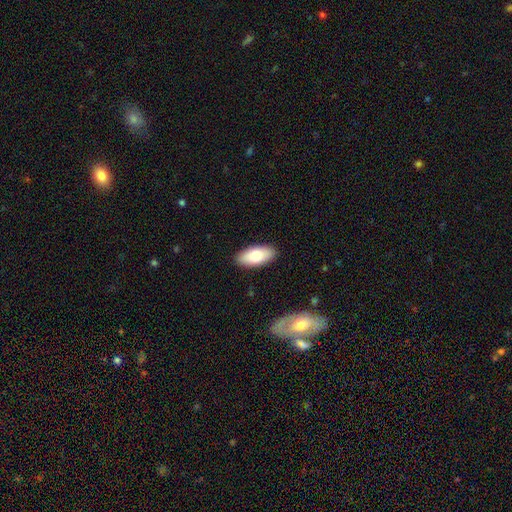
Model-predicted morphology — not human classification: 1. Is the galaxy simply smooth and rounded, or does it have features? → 76% smooth, 18% featured or disk, 6% star or artifact.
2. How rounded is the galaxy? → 89% in between, 9% cigar-shaped, 2% round.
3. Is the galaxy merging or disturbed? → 89% none, 8% minor disturbance, 2% major disturbance, 1% merger.